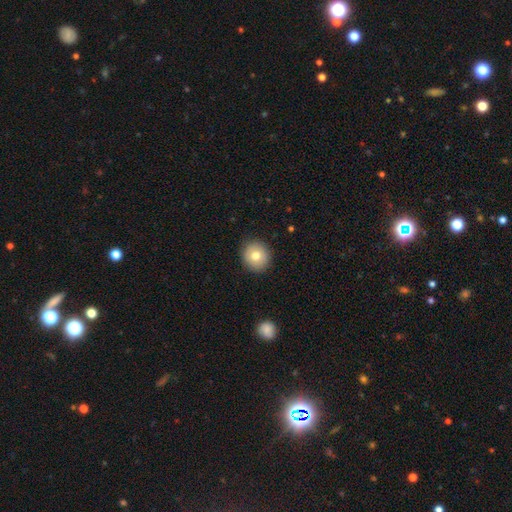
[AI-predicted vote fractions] Morphology: type=smooth (76%); roundness=round (88%); merging=none (91%).